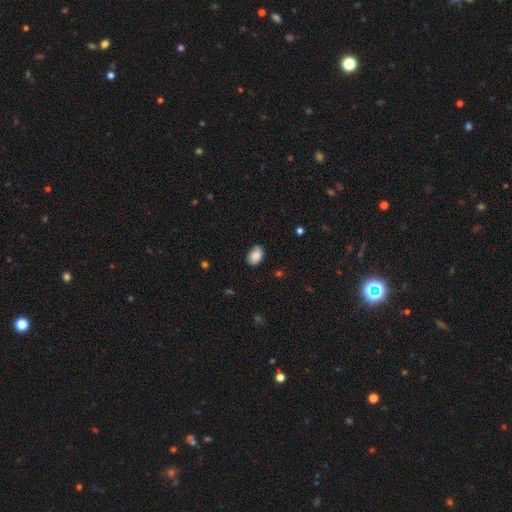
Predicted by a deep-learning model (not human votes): This appears to be a smooth galaxy with no disk features (83%) that is in between round and cigar-shaped (83%). Merging: none (74%).